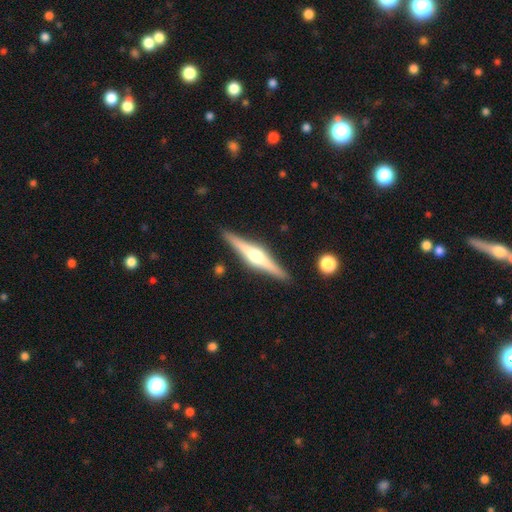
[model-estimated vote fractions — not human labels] Smooth or featured?
  - featured or disk: 77% *
  - smooth: 18%
  - star or artifact: 5%
Edge-on disk?
  - yes: 98% *
  - no: 2%
Edge-on bulge?
  - rounded: 92% *
  - boxy: 5%
  - none: 3%
Merging?
  - none: 91% *
  - minor disturbance: 7%
  - major disturbance: 1%
  - merger: 1%